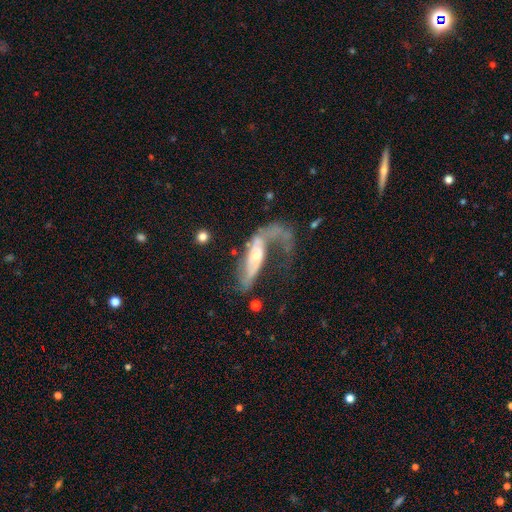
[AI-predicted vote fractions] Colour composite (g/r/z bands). It shows a featured or disk galaxy (62%). Merging: major disturbance (58%).